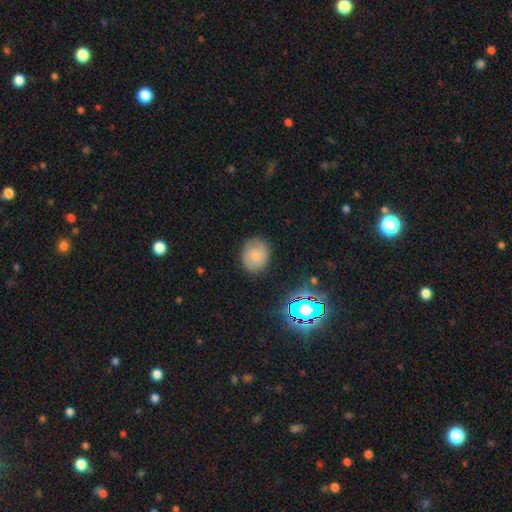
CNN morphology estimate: Smooth or featured? smooth (69%)
How rounded? round (65%)
Merging? none (83%)